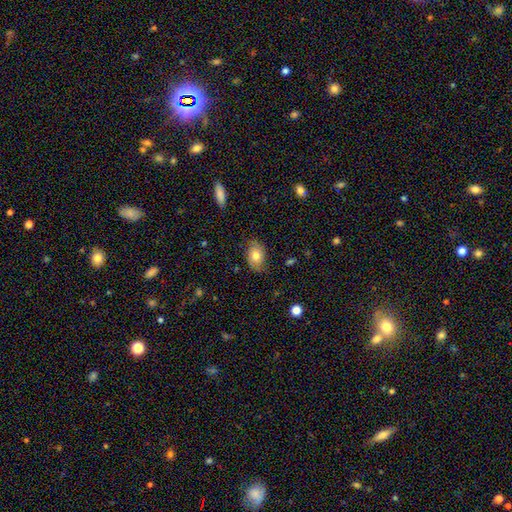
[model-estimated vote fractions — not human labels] Q: Smooth or featured?
A: smooth (74%); runner-up: featured or disk (17%)
Q: How rounded?
A: in between (81%); runner-up: round (18%)
Q: Merging?
A: none (74%); runner-up: minor disturbance (20%)